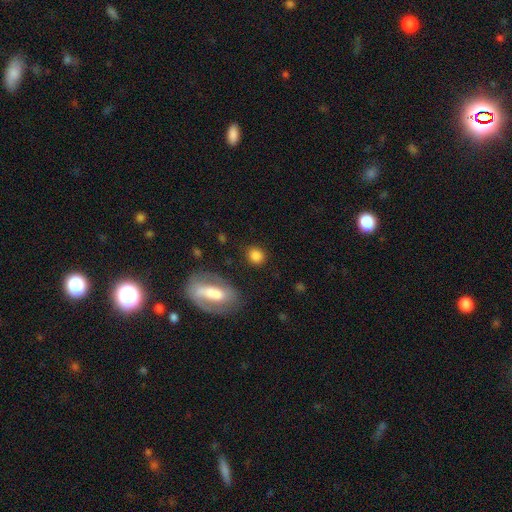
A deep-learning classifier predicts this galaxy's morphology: Overall: smooth (84%). How rounded: round (73%). Merging: none (81%).